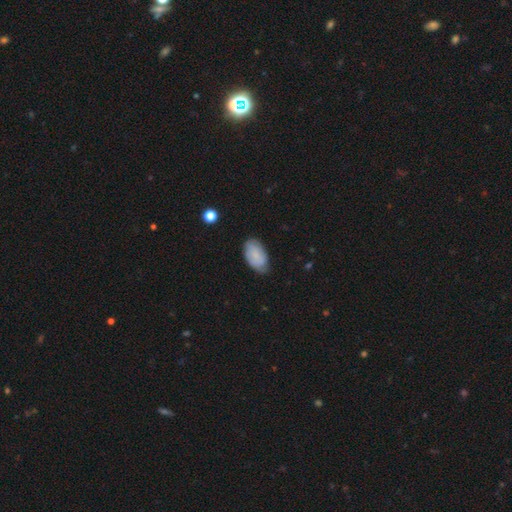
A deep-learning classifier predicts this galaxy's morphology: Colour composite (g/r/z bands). It shows a smooth galaxy with no disk features (75%) that is in between round and cigar-shaped (94%). Merging: none (67%).